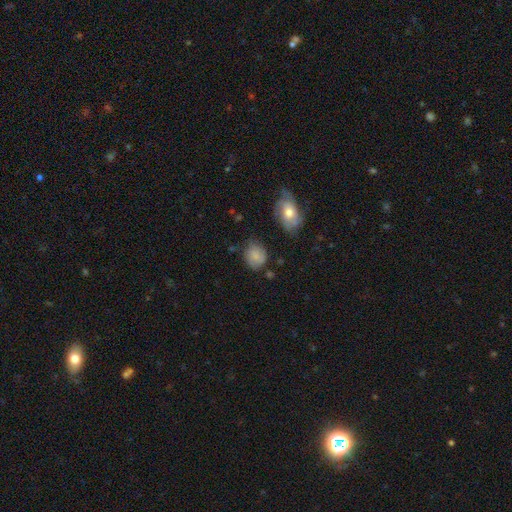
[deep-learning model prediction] smooth 69%, featured or disk 22%, star or artifact 9%. Down the decision tree: how rounded — round (59%); merging — none (65%).